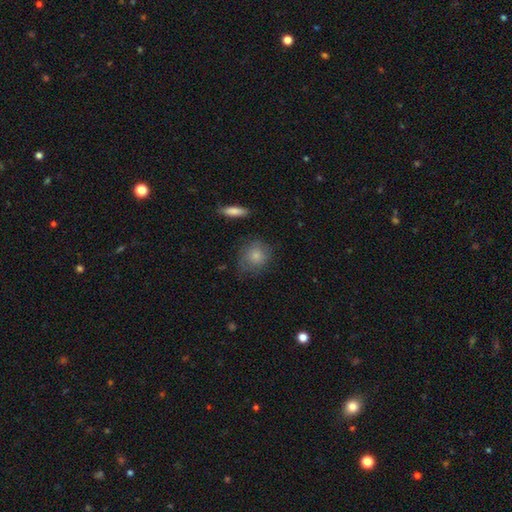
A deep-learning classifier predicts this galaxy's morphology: smooth 79%, featured or disk 13%, star or artifact 8%. Down the decision tree: how rounded — round (80%); merging — none (68%).